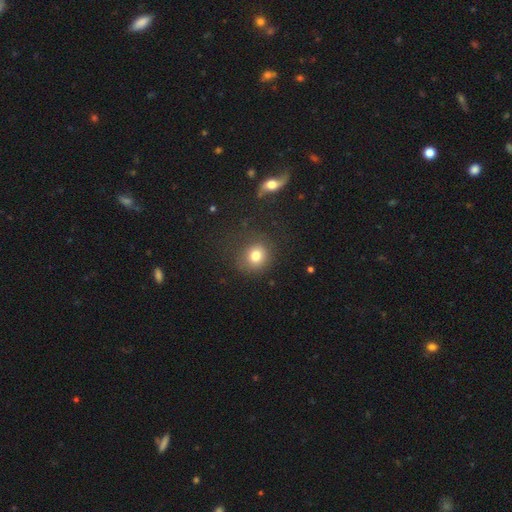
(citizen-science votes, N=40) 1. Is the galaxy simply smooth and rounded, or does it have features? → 85% smooth, 10% star or artifact, 5% featured or disk.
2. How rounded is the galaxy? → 82% round, 18% in between, 0% cigar-shaped.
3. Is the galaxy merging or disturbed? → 64% none, 22% minor disturbance, 11% major disturbance, 3% merger.